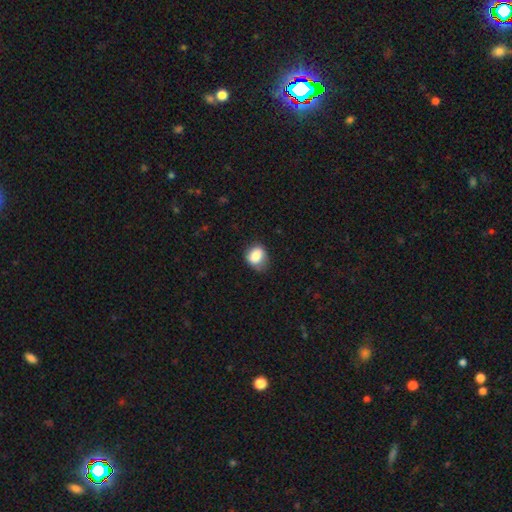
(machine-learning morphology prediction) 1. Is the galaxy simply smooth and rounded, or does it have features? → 85% smooth, 9% star or artifact, 7% featured or disk.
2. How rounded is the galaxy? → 62% round, 37% in between, 1% cigar-shaped.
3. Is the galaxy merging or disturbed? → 61% none, 30% minor disturbance, 7% major disturbance, 2% merger.